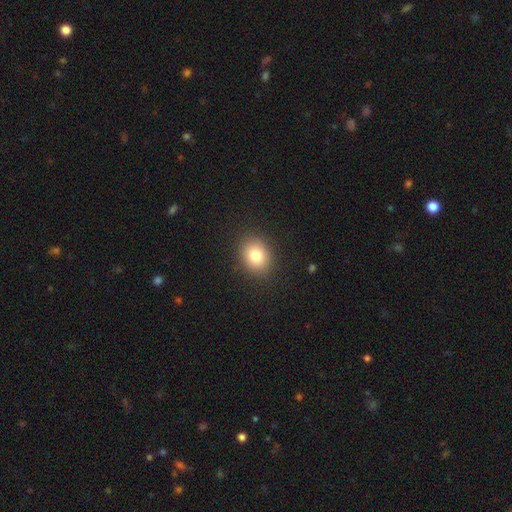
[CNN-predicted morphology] This is clearly a smooth galaxy (80%). How rounded: possibly round (52%). Merging: clearly none (88%).